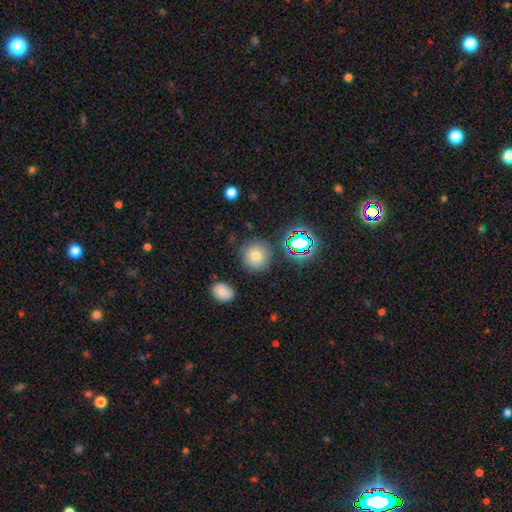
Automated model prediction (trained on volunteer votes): The model was most divided on "smooth or featured": smooth: 65%, star or artifact: 22%, featured or disk: 13%. More confident: how rounded — round (91%); merging — none (82%).